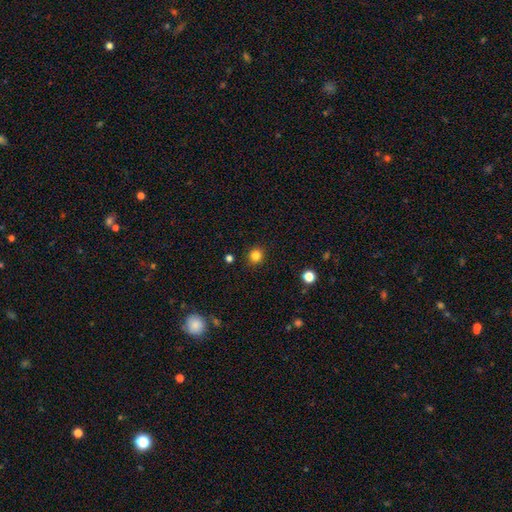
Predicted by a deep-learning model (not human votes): This appears to be a smooth galaxy with no disk features (83%) that is round (88%). Merging: none (90%).